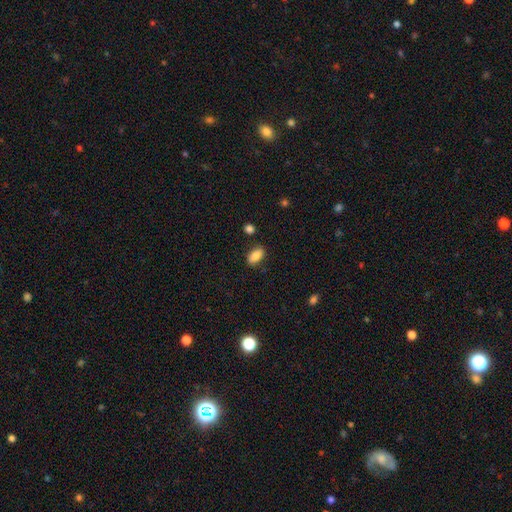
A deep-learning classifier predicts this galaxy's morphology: smooth_or_featured: smooth (p=0.86) [alt: star or artifact p=0.08]
how_rounded: in between (p=0.91) [alt: cigar-shaped p=0.05]
merging: none (p=0.83) [alt: minor disturbance p=0.11]